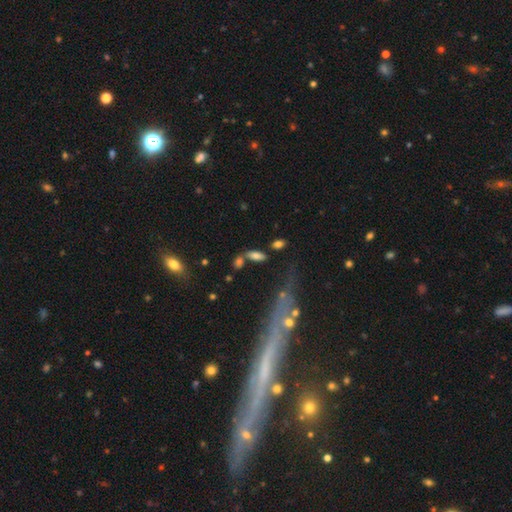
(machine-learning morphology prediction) Smooth or featured? smooth (74%)
How rounded? in between (79%)
Merging? none (54%)